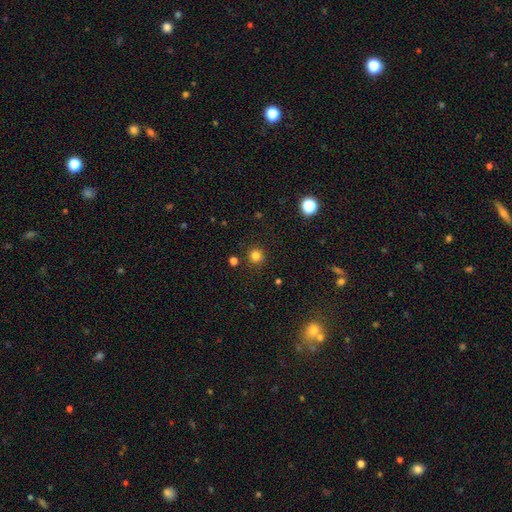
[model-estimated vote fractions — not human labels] The model was most divided on "smooth or featured": smooth: 81%, star or artifact: 15%, featured or disk: 4%. More confident: how rounded — round (94%); merging — none (89%).